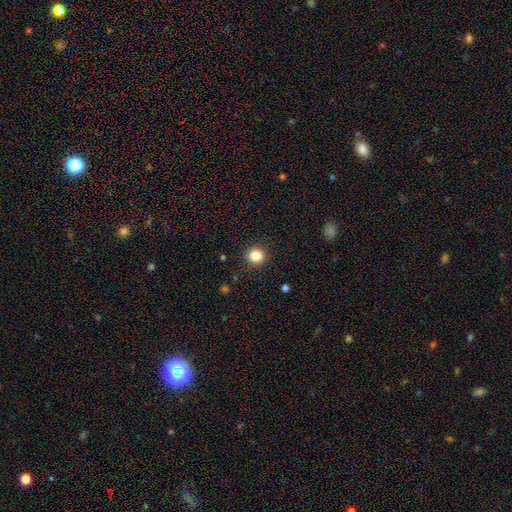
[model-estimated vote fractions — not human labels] This is clearly a smooth galaxy (84%). How rounded: clearly round (90%). Merging: clearly none (90%).